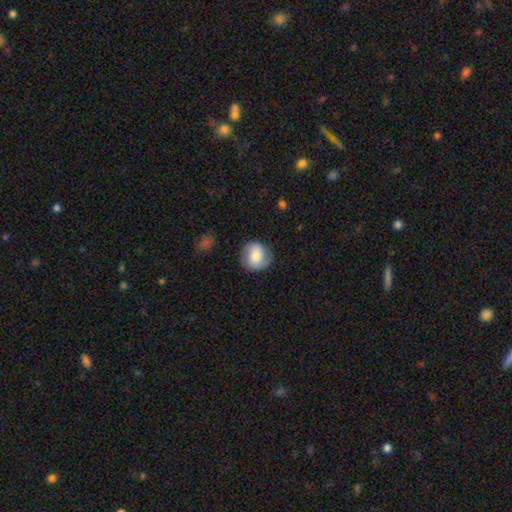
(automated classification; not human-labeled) smooth_or_featured: smooth (p=0.66) [alt: featured or disk p=0.27]
how_rounded: round (p=0.88) [alt: in between p=0.11]
merging: none (p=0.83) [alt: minor disturbance p=0.12]